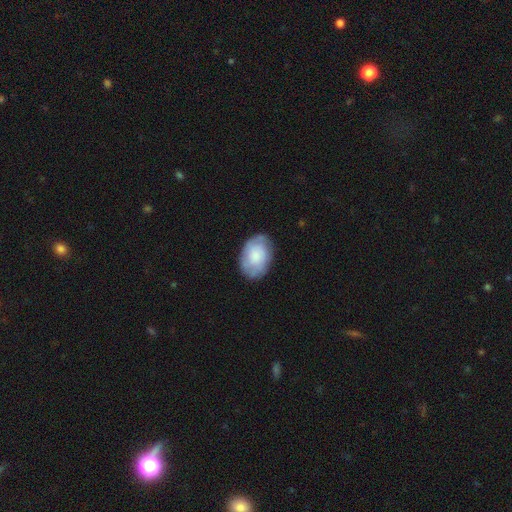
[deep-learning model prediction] Smooth or featured? Predicted: smooth (p=0.56). How rounded? Predicted: in between (p=0.84). Merging? Predicted: none (p=0.74).